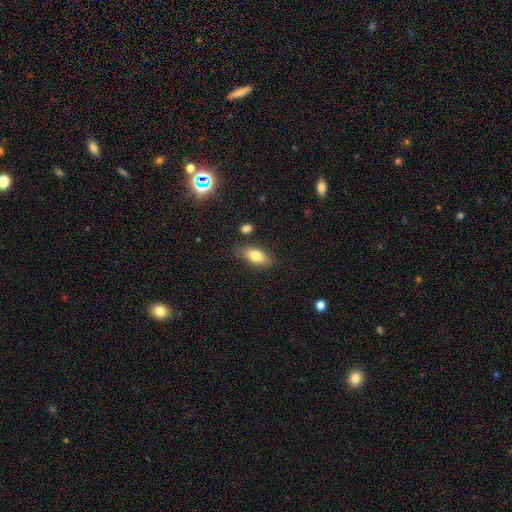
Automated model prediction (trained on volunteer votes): smooth-or-featured: smooth: 78% | featured or disk: 14% | star or artifact: 8%
  how-rounded: in between: 83% | cigar-shaped: 13% | round: 4%
  merging: none: 79% | minor disturbance: 15% | major disturbance: 3% | merger: 3%